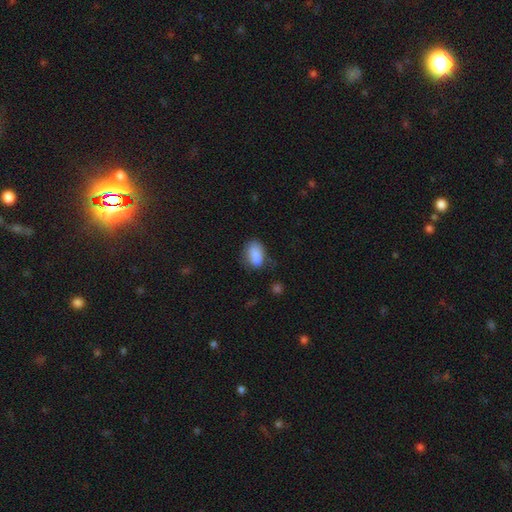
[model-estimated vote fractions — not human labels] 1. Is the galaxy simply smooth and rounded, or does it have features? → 83% smooth, 9% star or artifact, 8% featured or disk.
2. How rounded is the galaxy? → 86% in between, 12% round, 2% cigar-shaped.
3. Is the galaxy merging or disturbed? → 52% none, 31% minor disturbance, 12% major disturbance, 4% merger.